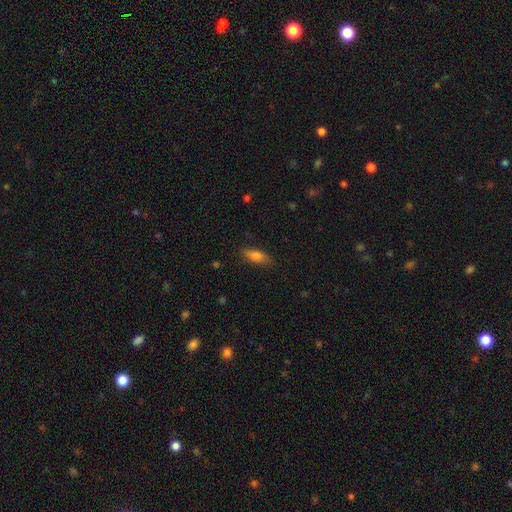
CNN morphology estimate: Q: Smooth or featured?
A: smooth (80%); runner-up: featured or disk (12%)
Q: How rounded?
A: in between (74%); runner-up: cigar-shaped (23%)
Q: Merging?
A: none (82%); runner-up: minor disturbance (14%)